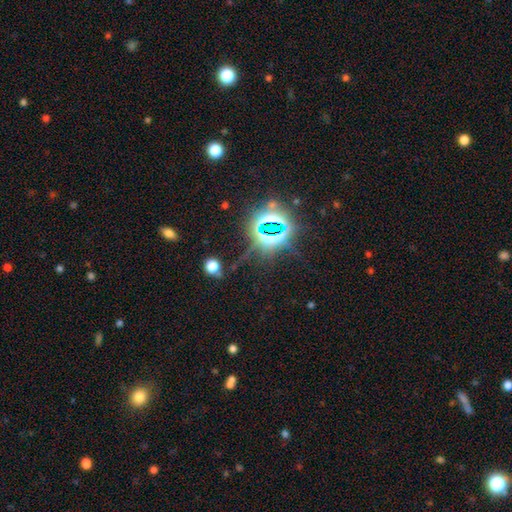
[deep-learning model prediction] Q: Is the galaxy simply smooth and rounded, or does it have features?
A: star or artifact — 79%.